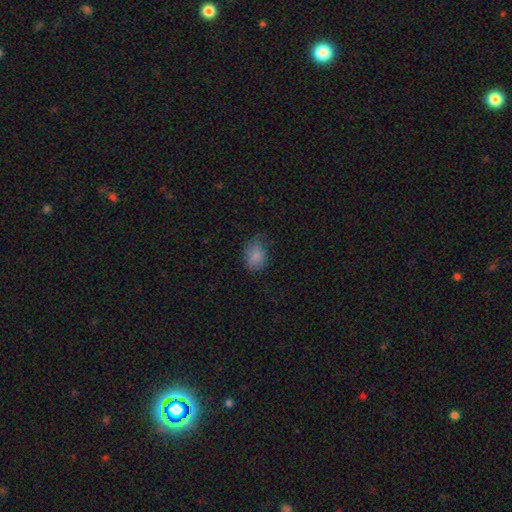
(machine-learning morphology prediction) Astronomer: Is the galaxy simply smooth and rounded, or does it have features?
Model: smooth — 82%.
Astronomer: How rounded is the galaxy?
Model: in between — 66%.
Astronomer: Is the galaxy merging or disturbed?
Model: none — 58%.